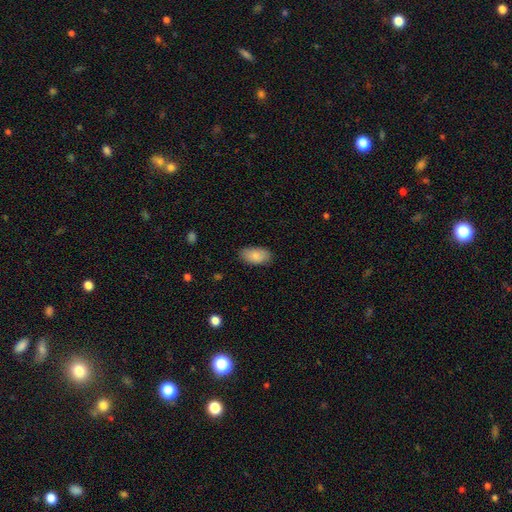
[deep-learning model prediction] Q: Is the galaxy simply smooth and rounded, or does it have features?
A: smooth — 86%.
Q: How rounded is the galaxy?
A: in between — 95%.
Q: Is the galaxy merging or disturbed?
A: none — 84%.